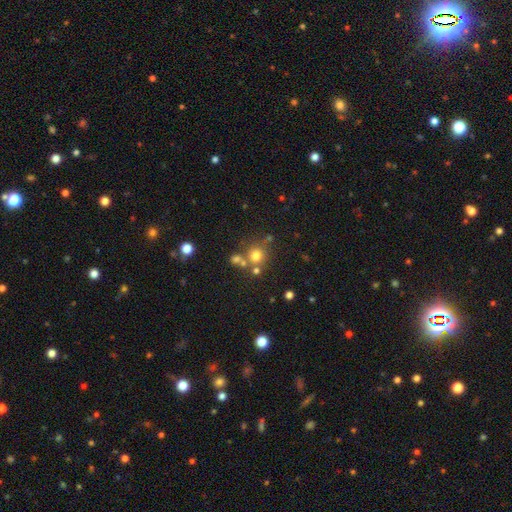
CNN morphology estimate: smooth 71%, star or artifact 18%, featured or disk 11%. Down the decision tree: how rounded — round (89%); merging — none (64%).